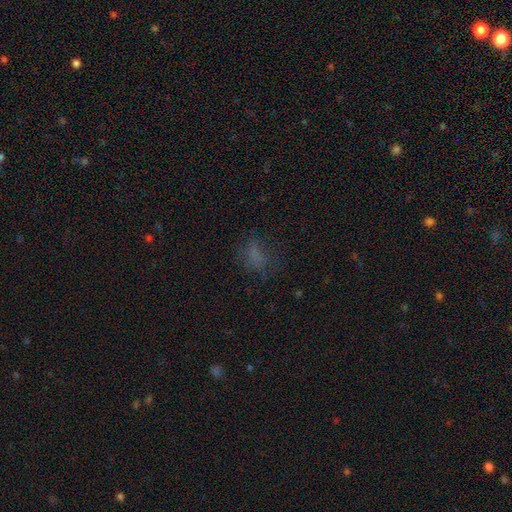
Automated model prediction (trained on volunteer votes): Overall: smooth (61%; star or artifact 24%). How rounded: in between (66%; round 27%). Merging: none (59%; minor disturbance 20%).